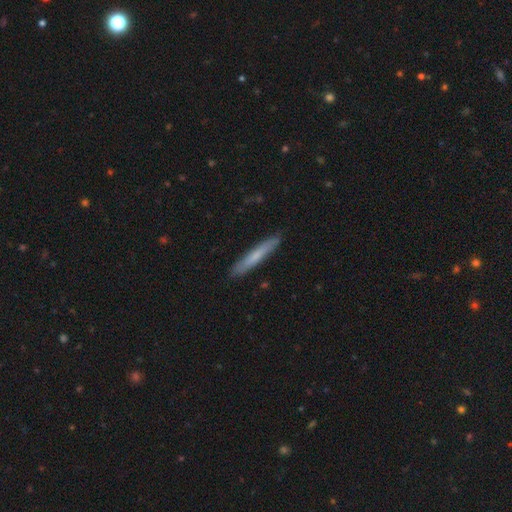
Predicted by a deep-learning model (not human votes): This is likely a smooth galaxy (62%). How rounded: clearly cigar-shaped (95%). Merging: clearly none (89%).